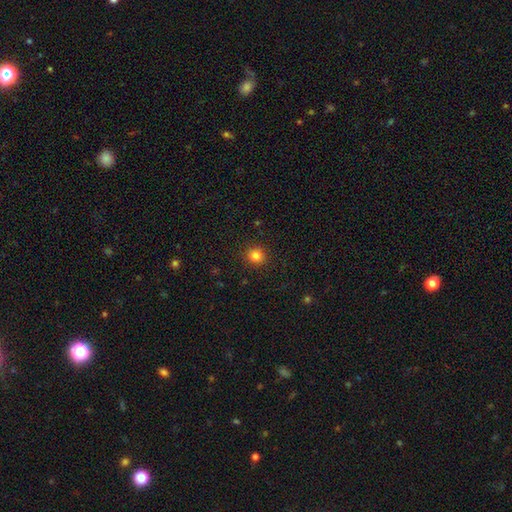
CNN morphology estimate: type=smooth (82%); roundness=round (91%); merging=none (91%).